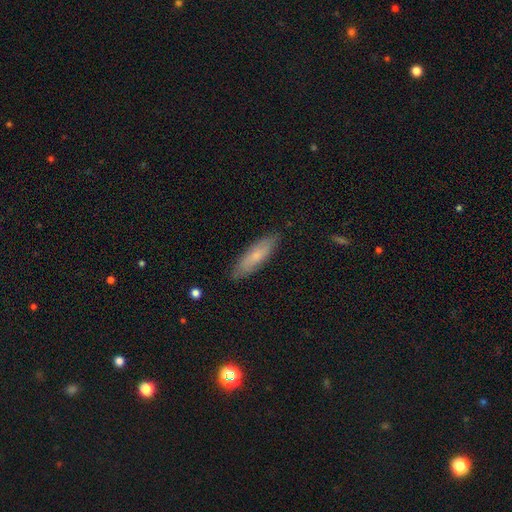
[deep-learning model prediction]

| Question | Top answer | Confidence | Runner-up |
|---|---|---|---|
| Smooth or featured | smooth | 66% | featured or disk (27%) |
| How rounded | cigar-shaped | 62% | in between (36%) |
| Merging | none | 85% | minor disturbance (12%) |